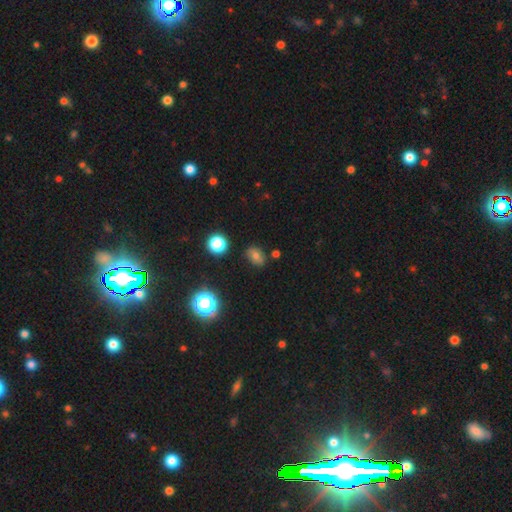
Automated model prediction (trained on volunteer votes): The model was most divided on "how rounded": in between: 66%, round: 33%, cigar-shaped: 1%. More confident: merging — none (79%); smooth or featured — smooth (66%).